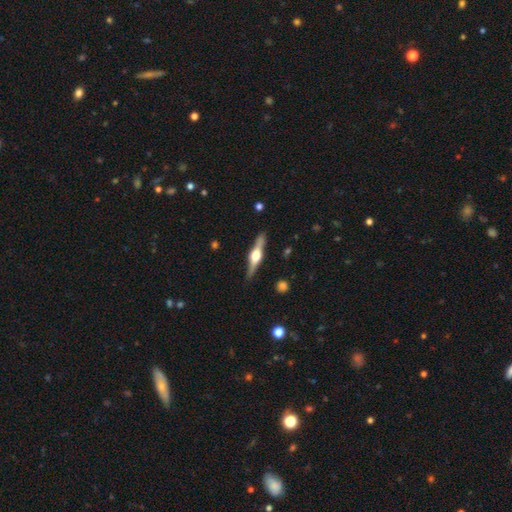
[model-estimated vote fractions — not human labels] This is likely a featured or disk galaxy (76%). It is clearly viewed edge-on (98%). Edge-on bulge: clearly rounded (94%). Merging: clearly none (88%).